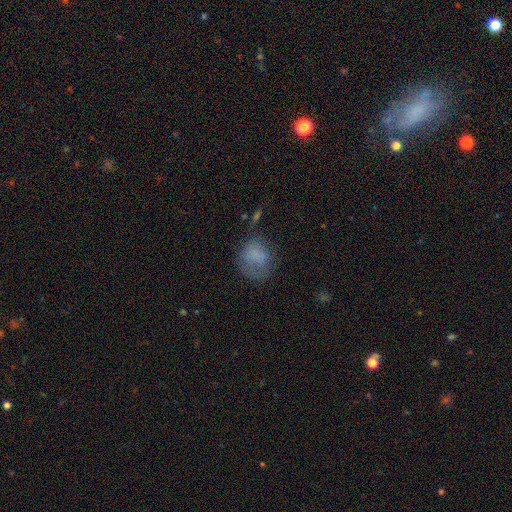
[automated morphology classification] smooth_or_featured: smooth (p=0.71) [alt: featured or disk p=0.18]
how_rounded: round (p=0.66) [alt: in between p=0.32]
merging: none (p=0.46) [alt: minor disturbance p=0.26]